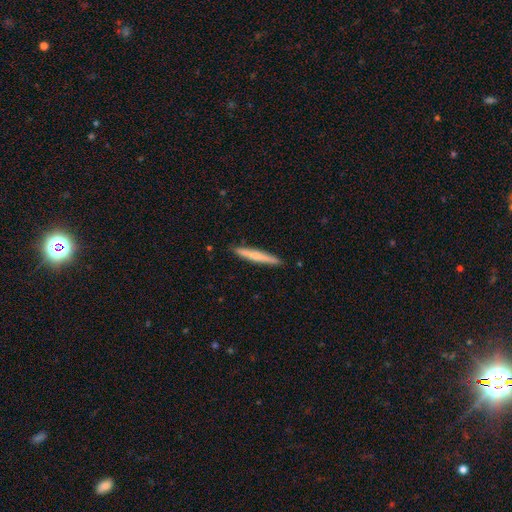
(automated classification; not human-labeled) Smooth or featured: smooth — 58% (featured or disk — 37%)
How rounded: cigar-shaped — 96% (in between — 3%)
Merging: none — 91% (minor disturbance — 7%)